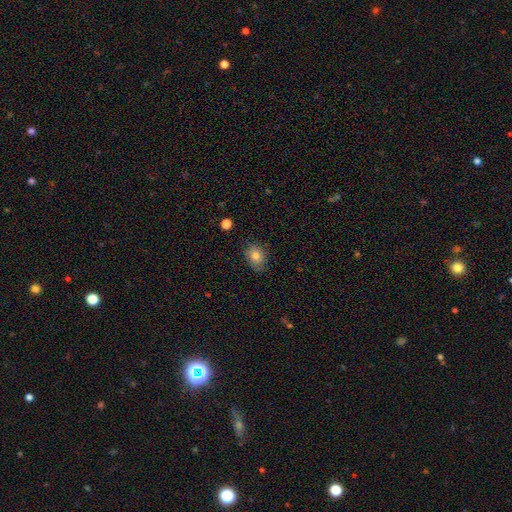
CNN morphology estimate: smooth 81%, star or artifact 10%, featured or disk 9%. Down the decision tree: how rounded — in between (55%); merging — none (79%).